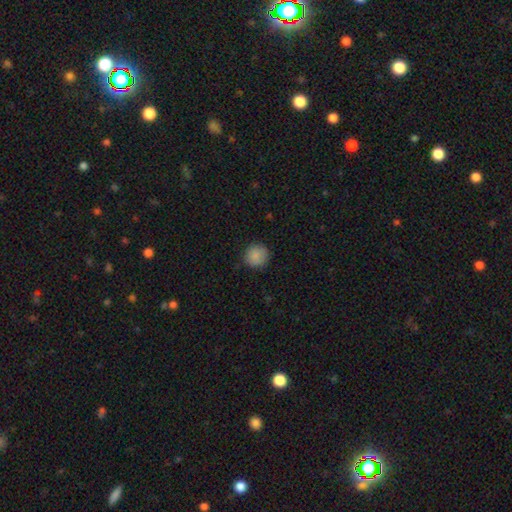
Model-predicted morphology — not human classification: Smooth or featured? smooth (87%)
How rounded? round (92%)
Merging? none (87%)